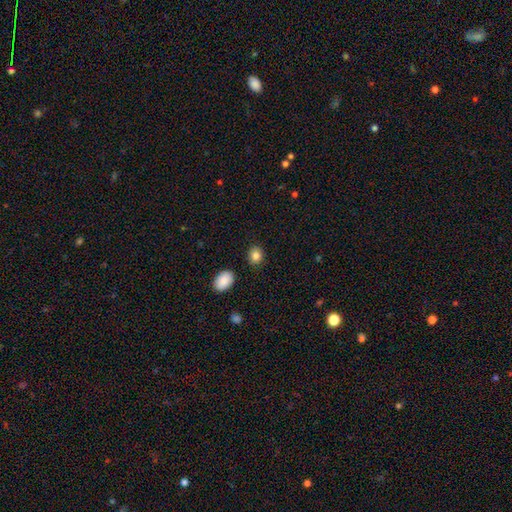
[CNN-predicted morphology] Smooth or featured?
  - smooth: 85% *
  - star or artifact: 9%
  - featured or disk: 6%
How rounded?
  - round: 59% *
  - in between: 40%
  - cigar-shaped: 1%
Merging?
  - none: 87% *
  - minor disturbance: 8%
  - merger: 3%
  - major disturbance: 2%